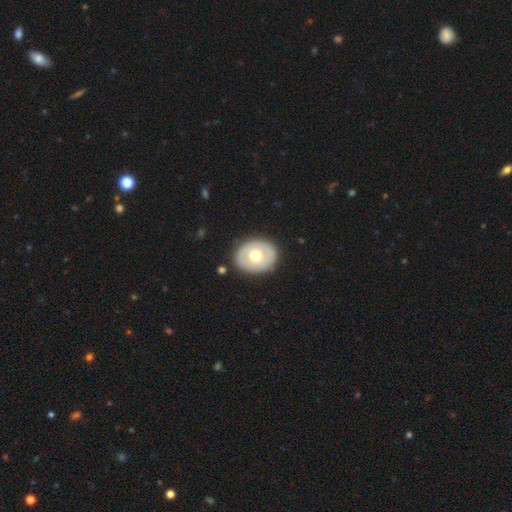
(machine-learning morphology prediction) Q: Smooth or featured?
A: smooth (51%); runner-up: featured or disk (44%)
Q: How rounded?
A: in between (52%); runner-up: round (47%)
Q: Merging?
A: none (86%); runner-up: minor disturbance (10%)